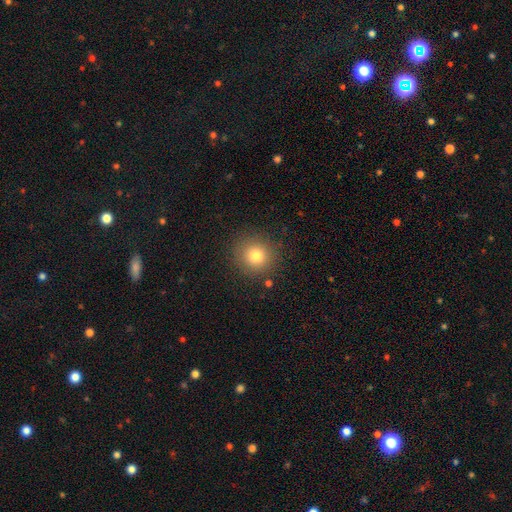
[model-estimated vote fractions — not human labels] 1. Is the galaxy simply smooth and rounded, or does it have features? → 78% smooth, 13% star or artifact, 9% featured or disk.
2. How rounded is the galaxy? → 93% round, 6% in between, 1% cigar-shaped.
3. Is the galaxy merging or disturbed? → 88% none, 7% minor disturbance, 3% major disturbance, 2% merger.